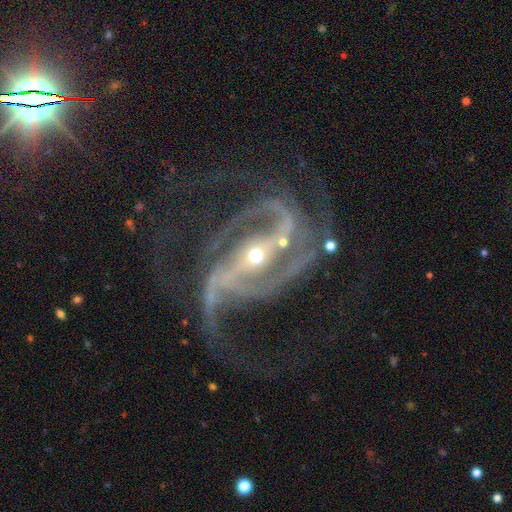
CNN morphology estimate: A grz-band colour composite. It shows a featured or disk galaxy (92%) with a strong bar (70%), 2 (82%) medium (53%) spiral arms (97%) and a small central bulge (55%). Merging: none (59%).